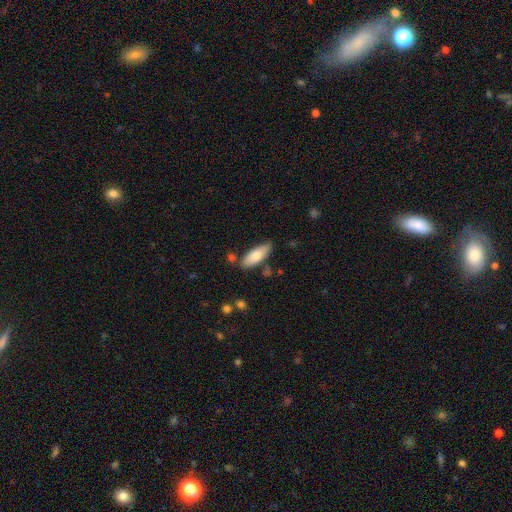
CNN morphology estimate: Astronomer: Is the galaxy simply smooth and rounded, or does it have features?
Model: smooth — 77%.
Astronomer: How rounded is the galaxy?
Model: in between — 69%.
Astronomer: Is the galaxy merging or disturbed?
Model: none — 78%.